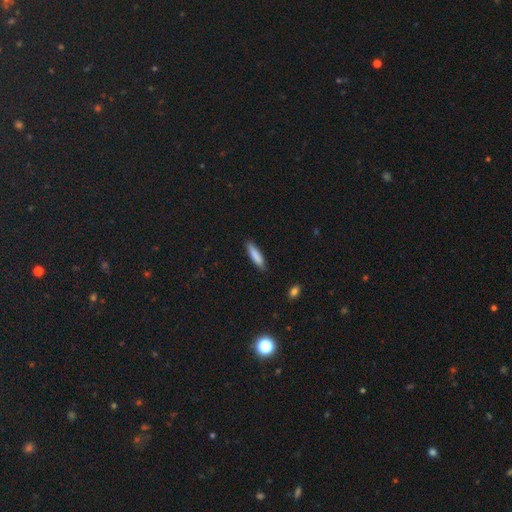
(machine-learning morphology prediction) smooth-or-featured: smooth: 85% | featured or disk: 9% | star or artifact: 6%
  how-rounded: cigar-shaped: 77% | in between: 21% | round: 1%
  merging: none: 87% | minor disturbance: 10% | major disturbance: 2% | merger: 1%